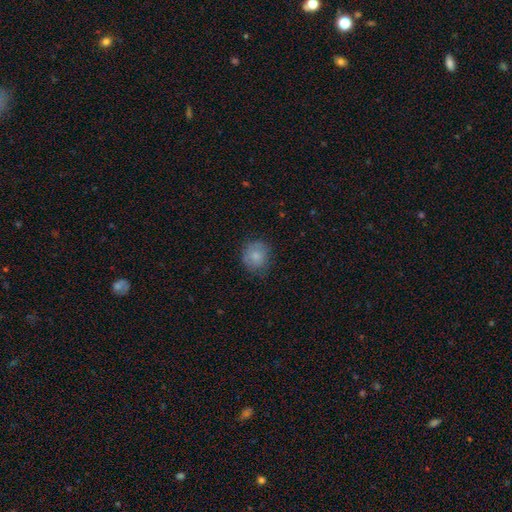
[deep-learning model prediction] smooth-or-featured: smooth: 78% | featured or disk: 14% | star or artifact: 8%
  how-rounded: round: 82% | in between: 17% | cigar-shaped: 1%
  merging: none: 70% | minor disturbance: 22% | major disturbance: 6% | merger: 1%